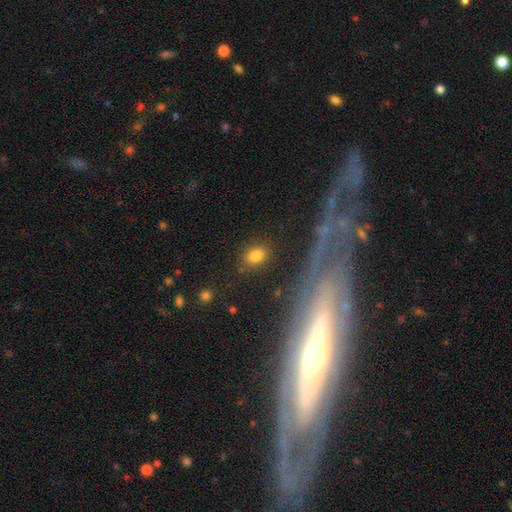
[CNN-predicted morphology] Overall: smooth (82%). How rounded: in between (65%; round 33%). Merging: none (83%).